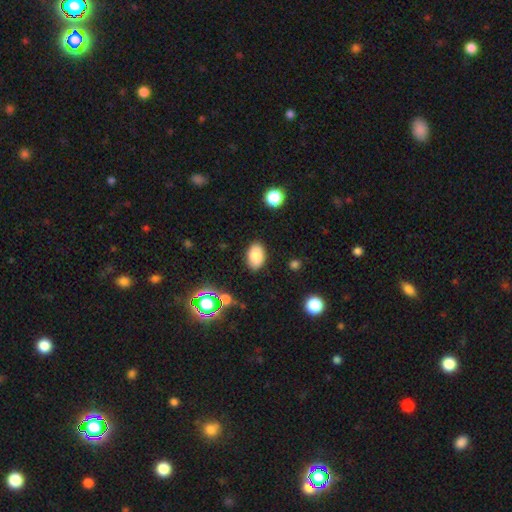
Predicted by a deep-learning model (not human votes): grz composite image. It shows a smooth galaxy with no disk features (84%) that is in between round and cigar-shaped (91%). Merging: none (86%).